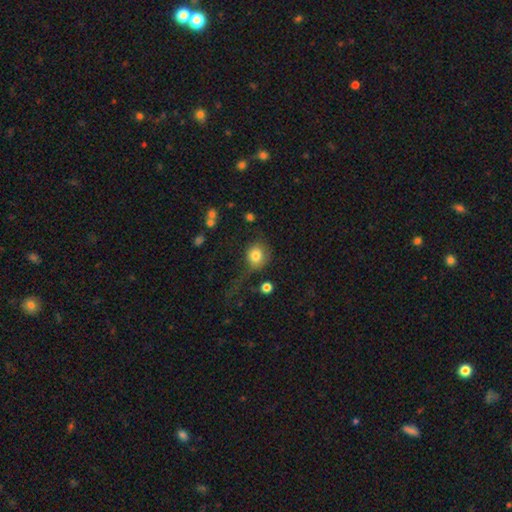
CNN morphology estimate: This appears to be a smooth galaxy with no disk features (80%) that is round (78%). Merging: none (48%).